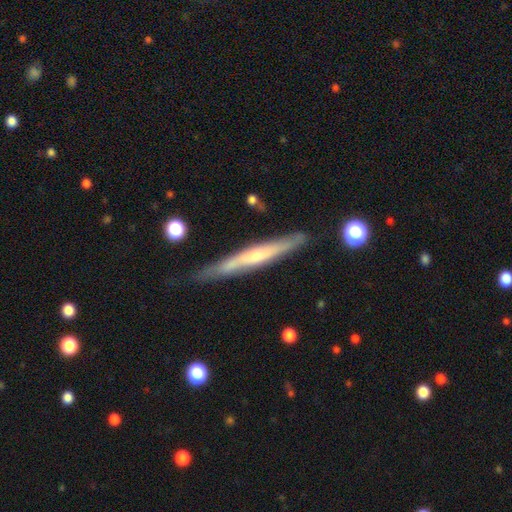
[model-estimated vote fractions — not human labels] Morphology: type=featured or disk (61%); edge-on=yes (93%); edge-on bulge=rounded (47%); merging=none (81%).